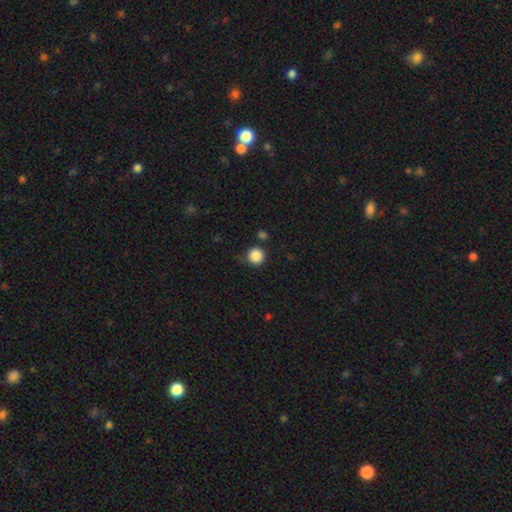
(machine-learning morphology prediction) type=smooth (86%); roundness=round (95%); merging=none (79%).